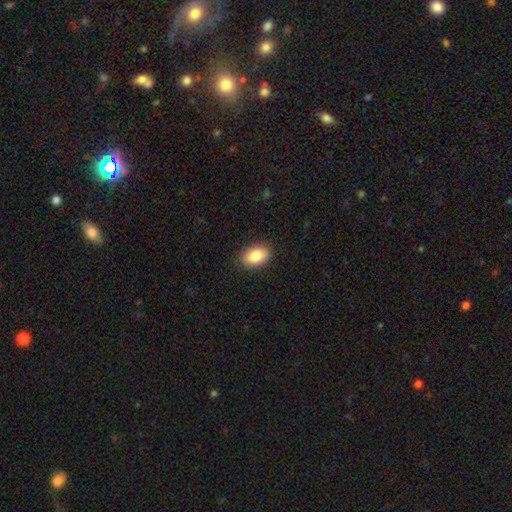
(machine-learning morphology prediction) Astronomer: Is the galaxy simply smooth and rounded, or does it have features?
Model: smooth — 86%.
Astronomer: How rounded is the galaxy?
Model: in between — 88%.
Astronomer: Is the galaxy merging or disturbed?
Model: none — 88%.